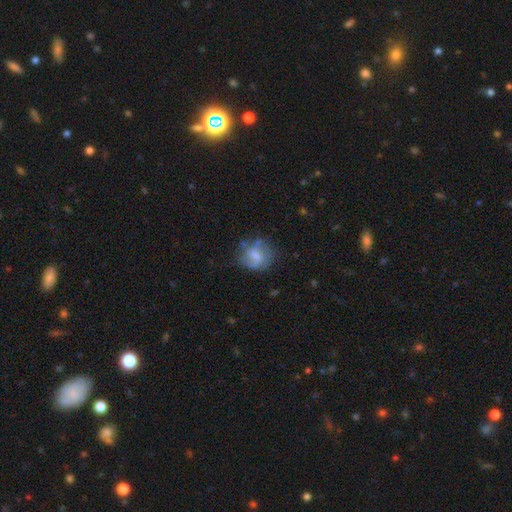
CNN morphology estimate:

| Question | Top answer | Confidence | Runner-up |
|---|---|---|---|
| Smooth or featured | smooth | 51% | featured or disk (40%) |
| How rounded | round | 69% | in between (30%) |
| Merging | none | 55% | minor disturbance (25%) |